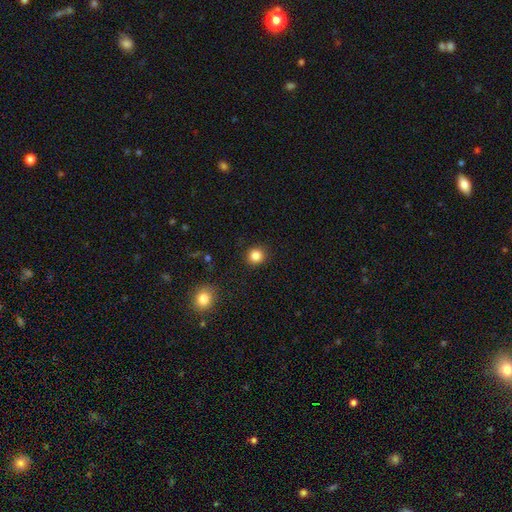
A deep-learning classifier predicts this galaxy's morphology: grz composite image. It shows a smooth galaxy with no disk features (85%) that is round (92%). Merging: none (91%).